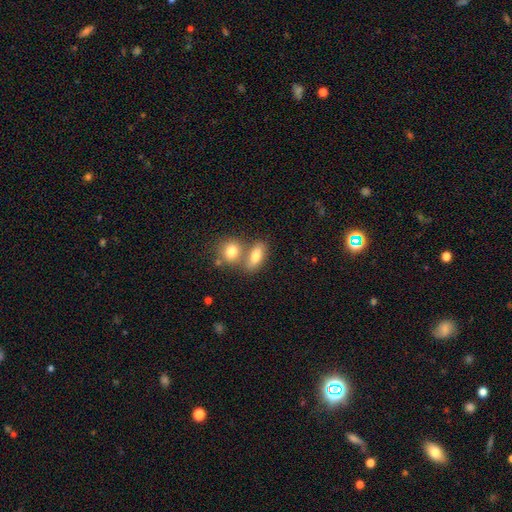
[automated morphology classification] Smooth or featured? Predicted: smooth (p=0.79). How rounded? Predicted: in between (p=0.75). Merging? Predicted: none (p=0.46).